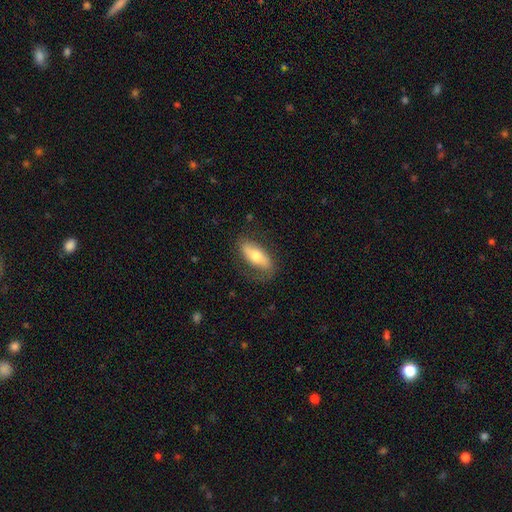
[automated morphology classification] Smooth or featured? smooth (54%)
How rounded? in between (74%)
Merging? none (73%)